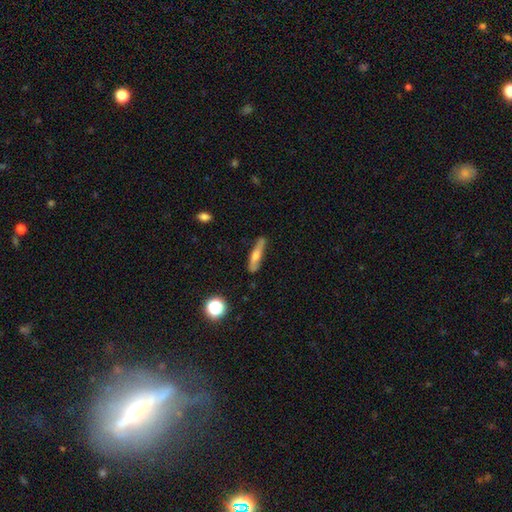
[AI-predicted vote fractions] Q: Smooth or featured?
A: featured or disk (48%); runner-up: smooth (44%)
Q: Merging?
A: none (78%); runner-up: minor disturbance (16%)